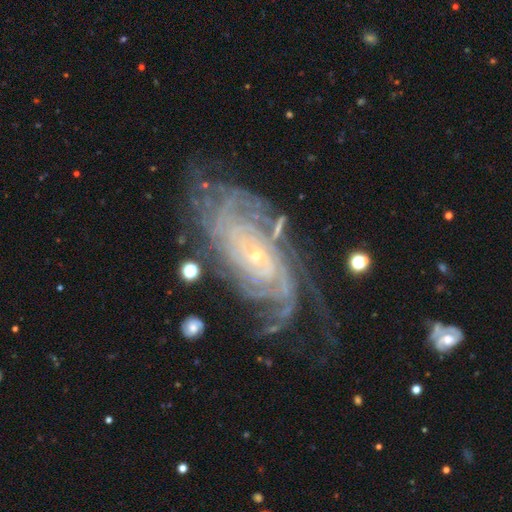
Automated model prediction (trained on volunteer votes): smooth-or-featured: featured or disk: 90% | star or artifact: 6% | smooth: 4%
  disk-edge-on: no: 95% | yes: 5%
    bar: no: 75% | weak: 18% | strong: 7%
    has-spiral-arms: yes: 98% | no: 2%
      spiral-winding: tight: 75% | medium: 20% | loose: 4%
      spiral-arm-count: more than 4: 24% | can't tell: 23% | 4: 22% | 3: 13% | 2: 10% | 1: 7%
    bulge-size: small: 86% | moderate: 9% | none: 2% | large: 1% | dominant: 1%
  merging: none: 68% | minor disturbance: 19% | major disturbance: 10% | merger: 3%